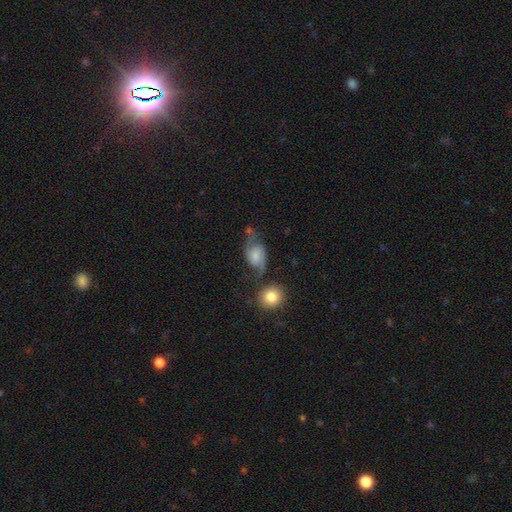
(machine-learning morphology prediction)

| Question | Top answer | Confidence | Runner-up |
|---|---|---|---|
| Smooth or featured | featured or disk | 63% | smooth (28%) |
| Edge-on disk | no | 97% | yes (3%) |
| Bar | no | 57% | weak (36%) |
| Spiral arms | yes | 91% | no (9%) |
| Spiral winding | medium | 47% | loose (36%) |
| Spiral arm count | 2 | 90% | can't tell (5%) |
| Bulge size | moderate | 35% | small (33%) |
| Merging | none | 47% | minor disturbance (25%) |